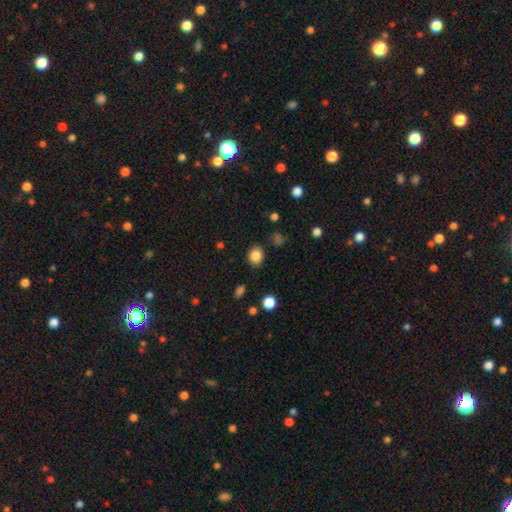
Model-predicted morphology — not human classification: type=smooth (84%); roundness=round (65%); merging=none (84%).